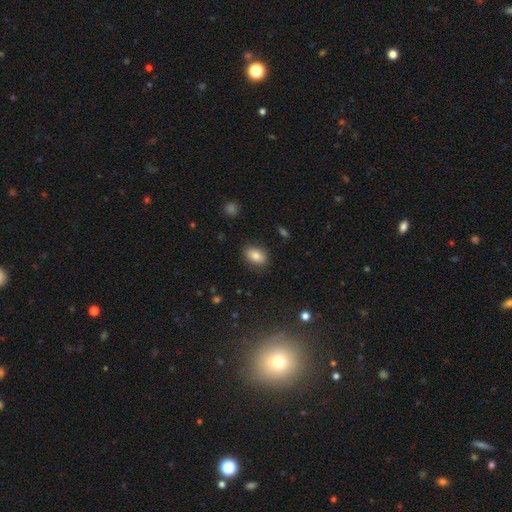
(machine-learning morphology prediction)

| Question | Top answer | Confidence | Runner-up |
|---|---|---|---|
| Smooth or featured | smooth | 80% | featured or disk (11%) |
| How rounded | in between | 86% | round (12%) |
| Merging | none | 86% | minor disturbance (10%) |